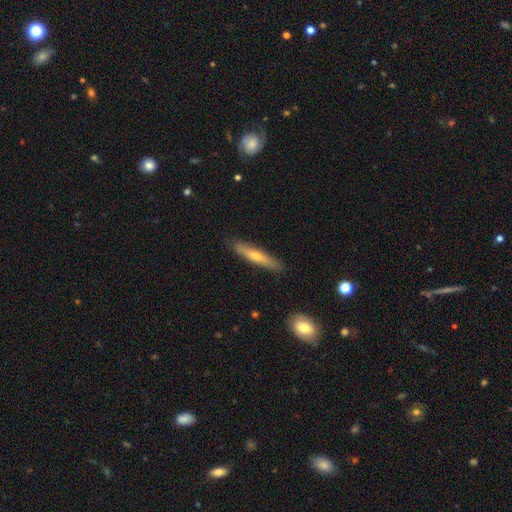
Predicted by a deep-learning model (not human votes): Smooth or featured? smooth (49%)
Merging? none (88%)